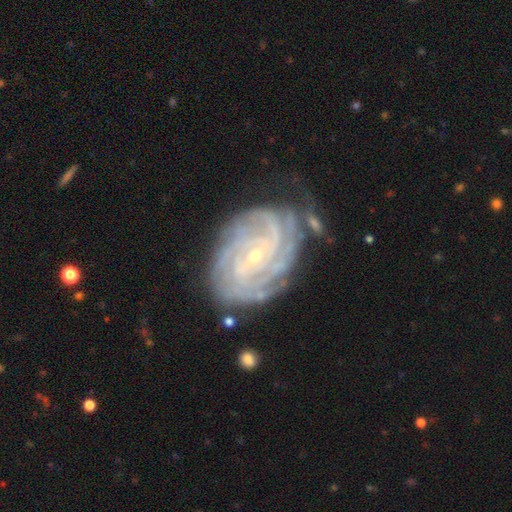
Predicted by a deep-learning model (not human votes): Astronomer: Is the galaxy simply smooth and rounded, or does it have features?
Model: featured or disk — 90%.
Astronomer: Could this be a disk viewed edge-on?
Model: no — 97%.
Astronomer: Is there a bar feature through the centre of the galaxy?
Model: no — 43% (runner-up: weak, 41%).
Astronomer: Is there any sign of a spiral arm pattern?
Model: yes — 98%.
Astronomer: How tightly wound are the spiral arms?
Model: tight — 77%.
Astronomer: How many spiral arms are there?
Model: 4 — 30% (runner-up: can't tell, 23%).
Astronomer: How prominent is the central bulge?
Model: small — 79%.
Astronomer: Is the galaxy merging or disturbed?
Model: none — 67%.